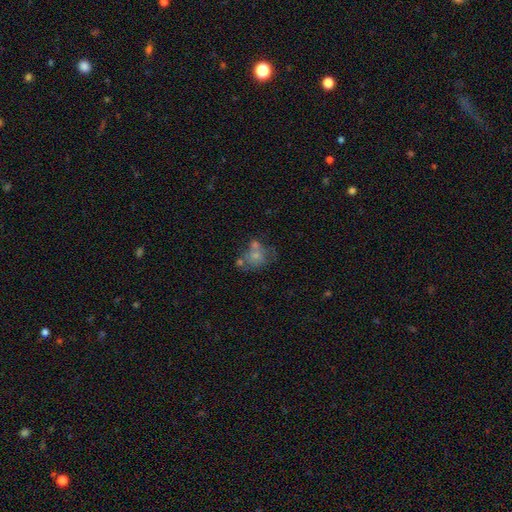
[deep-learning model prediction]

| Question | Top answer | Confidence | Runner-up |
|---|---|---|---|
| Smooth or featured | smooth | 56% | featured or disk (33%) |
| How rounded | round | 52% | in between (47%) |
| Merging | merger | 35% | none (30%) |